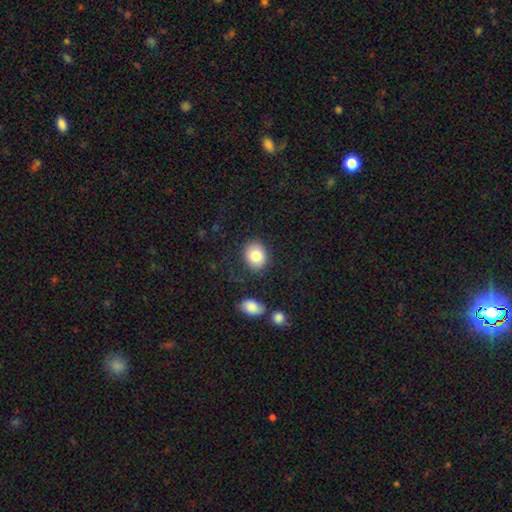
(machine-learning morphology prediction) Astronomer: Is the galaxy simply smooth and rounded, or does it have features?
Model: smooth — 82%.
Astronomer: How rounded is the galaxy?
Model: round — 54% (runner-up: in between, 45%).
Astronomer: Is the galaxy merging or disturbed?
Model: none — 82%.